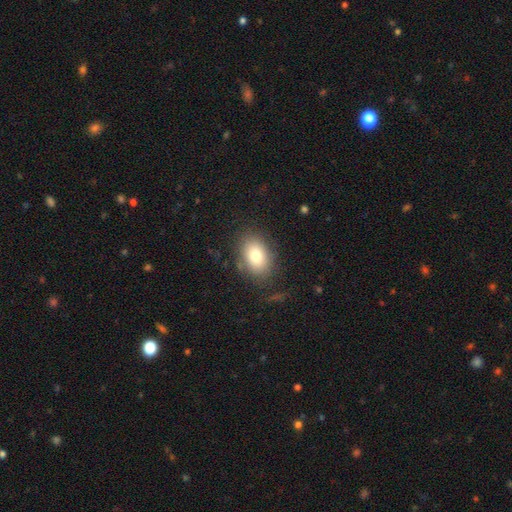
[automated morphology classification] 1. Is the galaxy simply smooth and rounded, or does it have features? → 80% smooth, 12% featured or disk, 9% star or artifact.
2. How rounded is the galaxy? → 82% in between, 16% round, 1% cigar-shaped.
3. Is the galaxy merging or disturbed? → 79% none, 14% minor disturbance, 6% major disturbance, 2% merger.